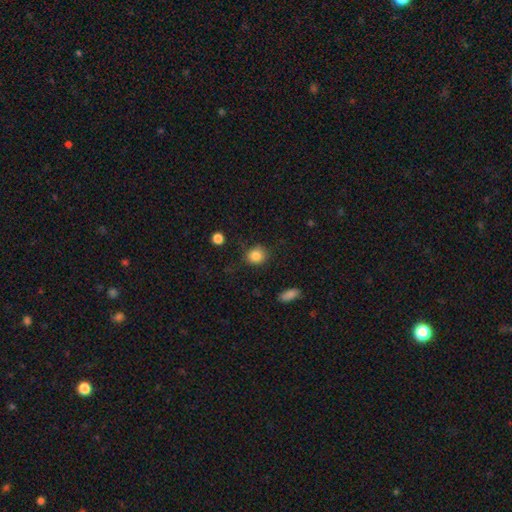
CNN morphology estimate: A smooth galaxy with no disk features (85%) that is round (74%). Merging: none (78%).